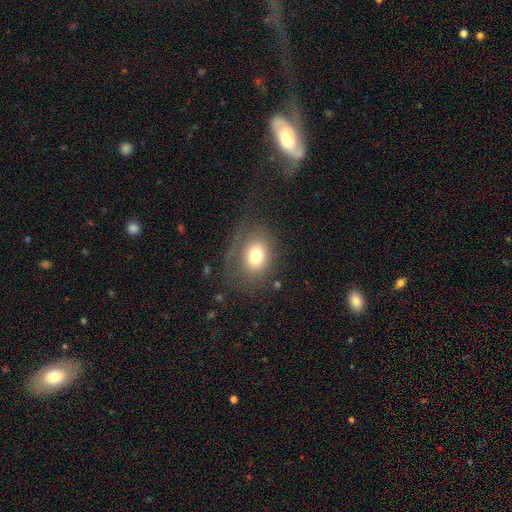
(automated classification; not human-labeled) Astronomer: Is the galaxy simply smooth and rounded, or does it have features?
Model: smooth — 69%.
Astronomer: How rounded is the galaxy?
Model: in between — 58% (runner-up: round, 41%).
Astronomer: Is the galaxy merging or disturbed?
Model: none — 58%.